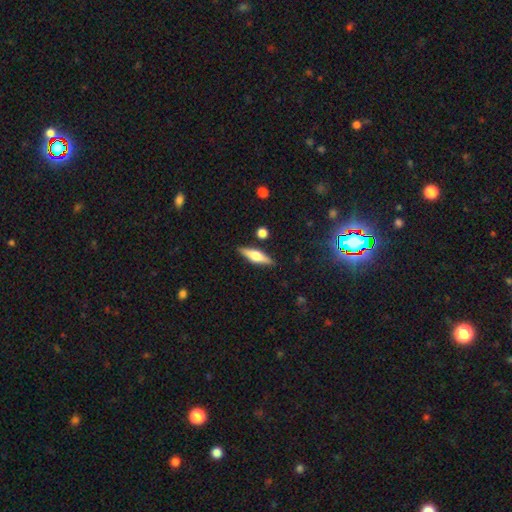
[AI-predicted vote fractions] This appears to be a featured or disk galaxy (52%) viewed edge-on (95%). Merging: none (86%).